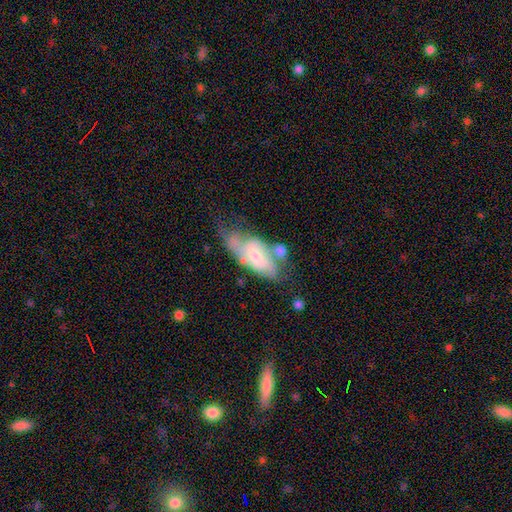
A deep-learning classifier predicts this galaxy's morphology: This is likely a featured or disk galaxy (63%). It is clearly not viewed edge-on (89%). Bar: possibly no (50%). Spiral arm pattern: likely yes (76%). Central bulge: possibly small (50%). Merging: marginally none (31%).